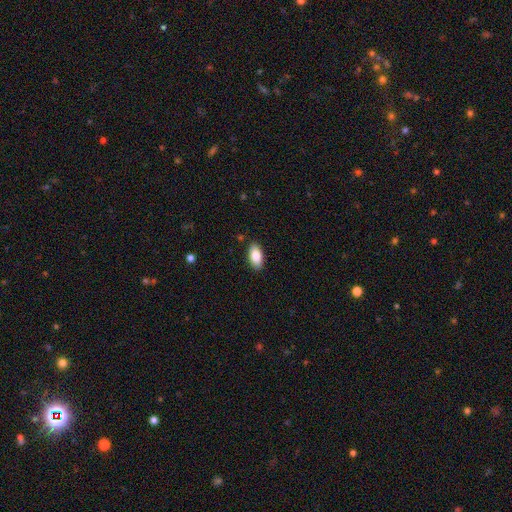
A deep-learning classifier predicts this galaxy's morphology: Q: Smooth or featured?
A: smooth (85%); runner-up: featured or disk (8%)
Q: How rounded?
A: in between (92%); runner-up: cigar-shaped (6%)
Q: Merging?
A: none (88%); runner-up: minor disturbance (9%)